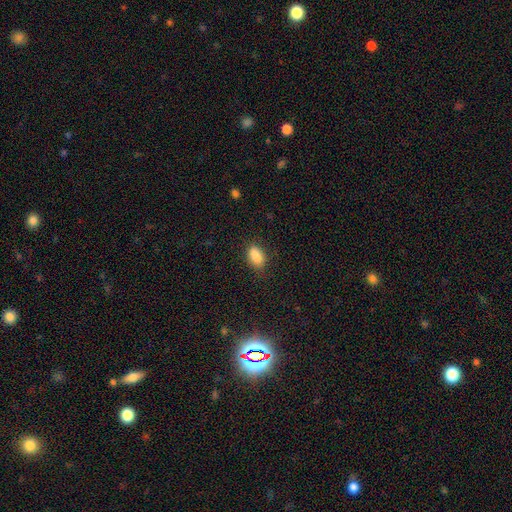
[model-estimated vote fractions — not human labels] Smooth or featured? Predicted: smooth (p=0.86). How rounded? Predicted: in between (p=0.86). Merging? Predicted: none (p=0.78).